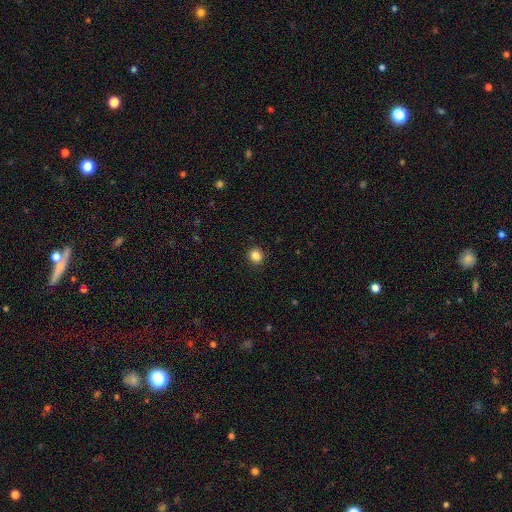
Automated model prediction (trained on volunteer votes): A smooth galaxy with no disk features (85%) that is round (92%).

Vote fractions:
- Smooth or featured? smooth: 85% / star or artifact: 11% / featured or disk: 4%
- How rounded? round: 92% / in between: 7% / cigar-shaped: 1%
- Merging? none: 92% / minor disturbance: 5% / major disturbance: 2% / merger: 1%